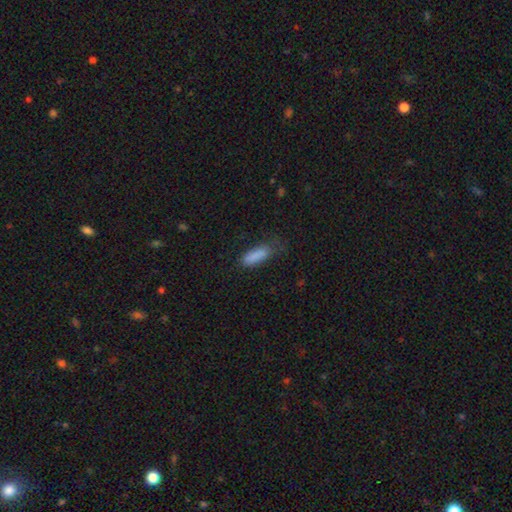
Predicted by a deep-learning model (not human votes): Overall: smooth (86%). How rounded: in between (54%; cigar-shaped 44%). Merging: none (57%; minor disturbance 29%).